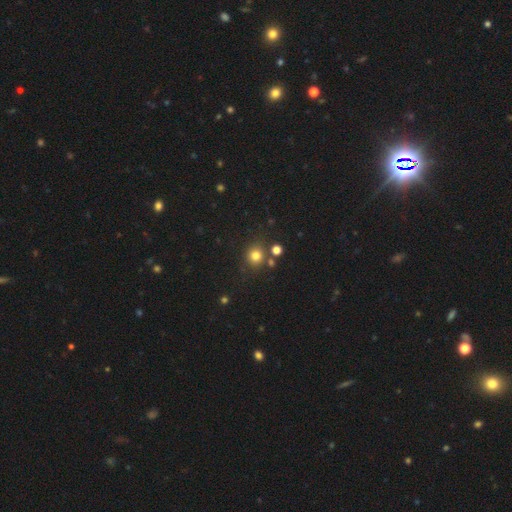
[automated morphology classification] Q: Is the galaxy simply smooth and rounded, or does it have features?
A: smooth — 78%.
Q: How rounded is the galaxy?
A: round — 86%.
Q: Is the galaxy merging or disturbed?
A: none — 76%.